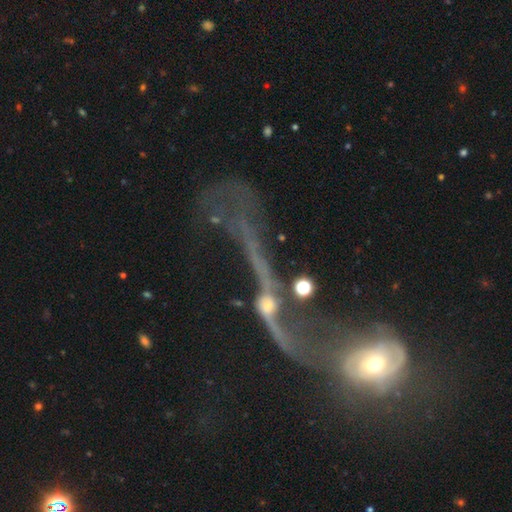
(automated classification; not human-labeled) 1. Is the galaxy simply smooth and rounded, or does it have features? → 72% featured or disk, 15% star or artifact, 13% smooth.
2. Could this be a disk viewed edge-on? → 73% no, 27% yes.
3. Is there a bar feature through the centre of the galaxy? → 68% no, 19% weak, 12% strong.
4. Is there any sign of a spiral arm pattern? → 54% yes, 46% no.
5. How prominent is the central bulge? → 47% small, 36% moderate, 9% none, 4% large, 3% dominant.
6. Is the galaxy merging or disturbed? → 43% merger, 36% major disturbance, 13% none, 8% minor disturbance.